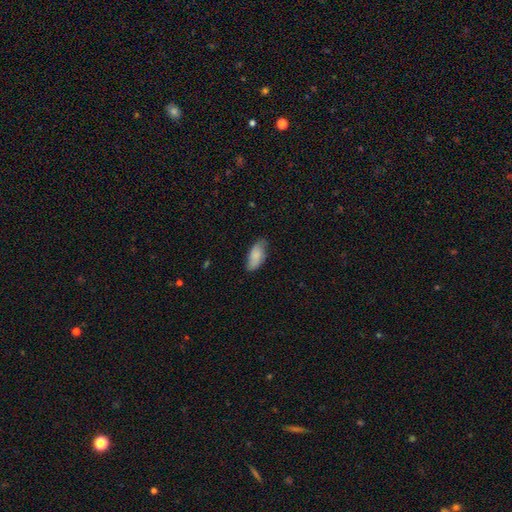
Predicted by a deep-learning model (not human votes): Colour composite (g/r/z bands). It shows a smooth galaxy with no disk features (80%) that is in between round and cigar-shaped (90%). Merging: none (72%).